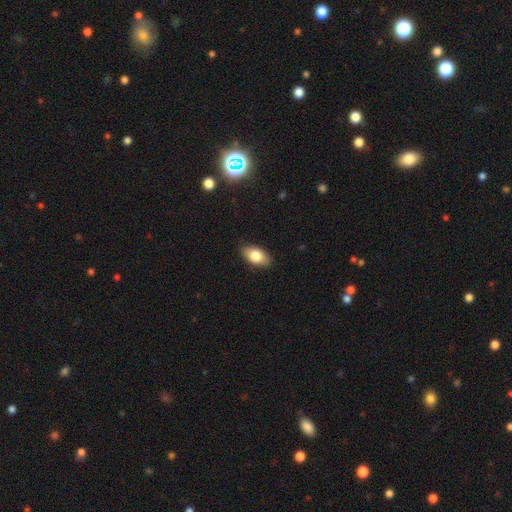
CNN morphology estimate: type=smooth (79%); roundness=in between (90%); merging=none (86%).